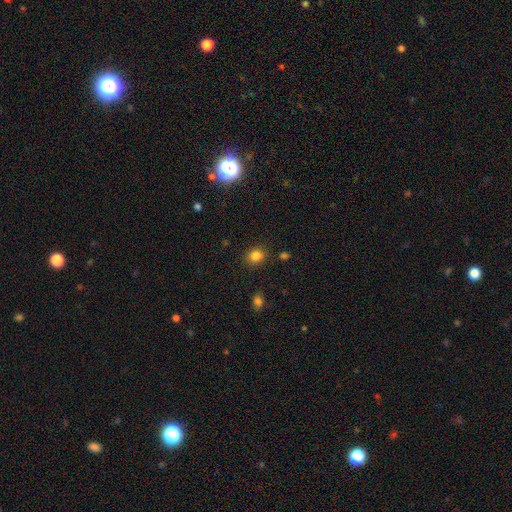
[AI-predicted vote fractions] smooth_or_featured: smooth (p=0.82) [alt: star or artifact p=0.13]
how_rounded: round (p=0.69) [alt: in between p=0.30]
merging: none (p=0.85) [alt: minor disturbance p=0.10]